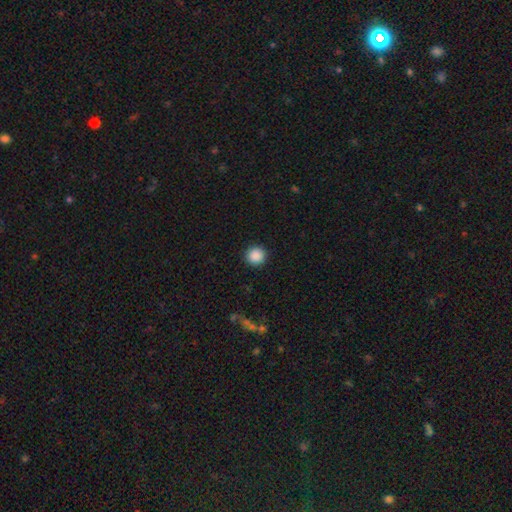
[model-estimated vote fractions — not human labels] The model was most divided on "smooth or featured": smooth: 89%, star or artifact: 9%, featured or disk: 3%. More confident: how rounded — round (95%); merging — none (92%).